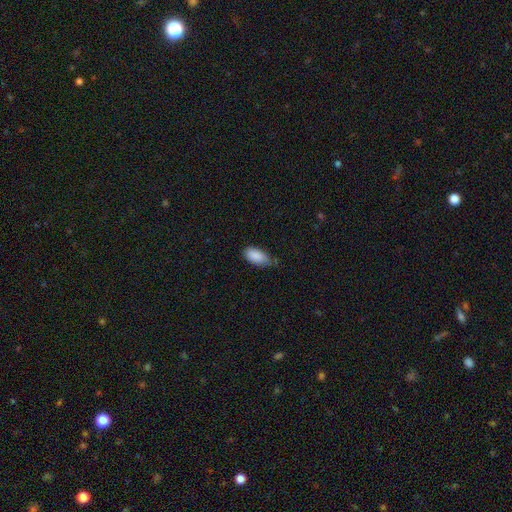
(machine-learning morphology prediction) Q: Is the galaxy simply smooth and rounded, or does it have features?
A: smooth — 89%.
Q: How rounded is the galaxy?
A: in between — 93%.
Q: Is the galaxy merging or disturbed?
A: none — 60%.